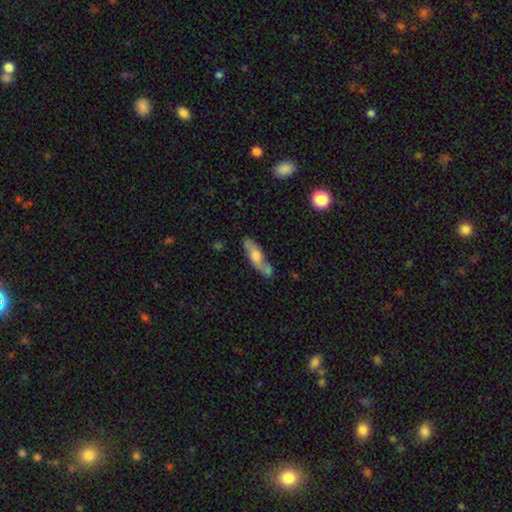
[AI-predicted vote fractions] Smooth or featured: smooth — 49% (featured or disk — 45%)
Merging: none — 60% (minor disturbance — 21%)